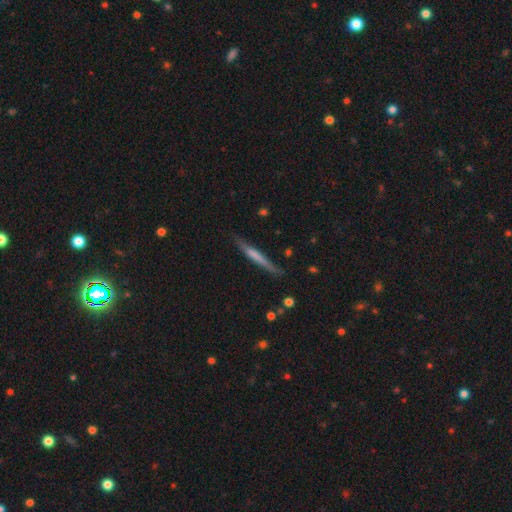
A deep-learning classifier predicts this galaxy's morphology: This appears to be a smooth galaxy with no disk features (51%) that is cigar-shaped (95%). Merging: none (81%).